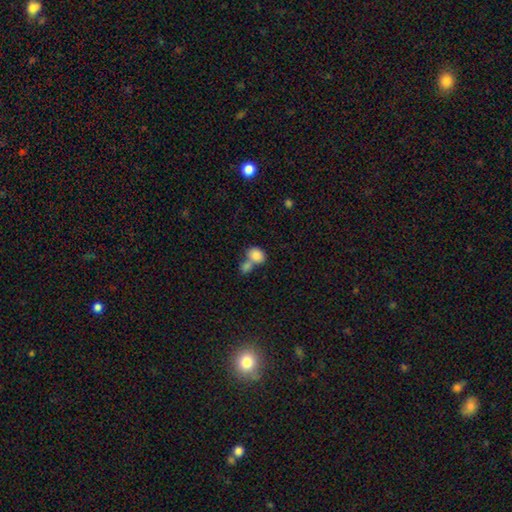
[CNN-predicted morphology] Smooth or featured? Predicted: smooth (p=0.85). How rounded? Predicted: in between (p=0.56). Merging? Predicted: merger (p=0.59).